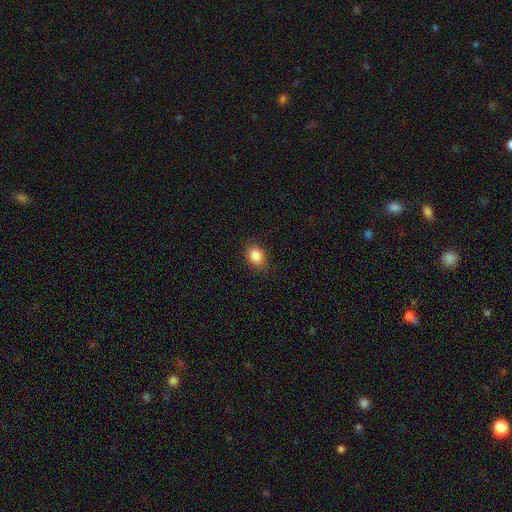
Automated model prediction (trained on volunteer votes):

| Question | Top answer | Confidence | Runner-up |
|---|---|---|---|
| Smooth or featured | smooth | 86% | star or artifact (9%) |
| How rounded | in between | 58% | round (40%) |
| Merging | none | 83% | minor disturbance (13%) |